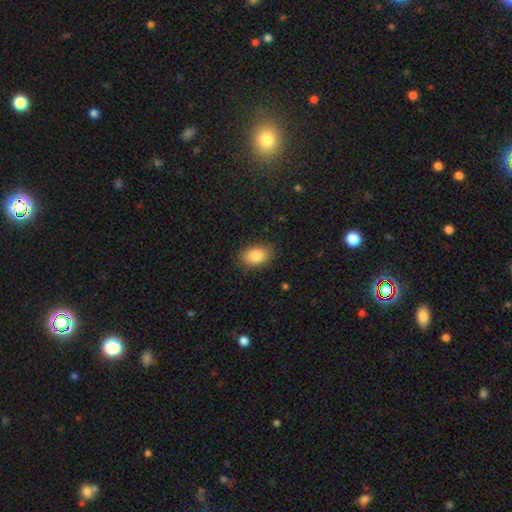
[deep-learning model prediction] Smooth or featured: smooth — 85% (star or artifact — 8%)
How rounded: in between — 84% (round — 14%)
Merging: none — 86% (minor disturbance — 10%)